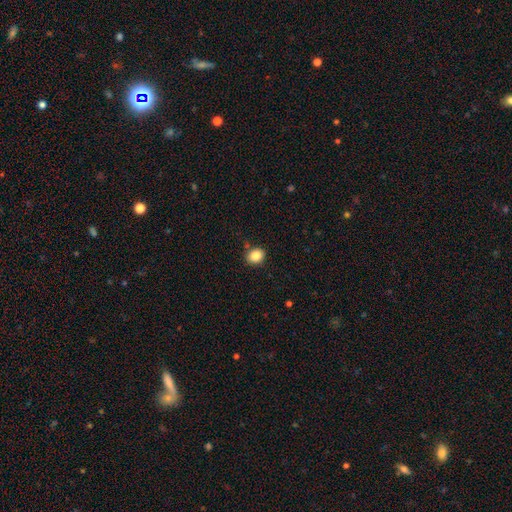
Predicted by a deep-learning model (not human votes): Smooth or featured?
  - smooth: 86% *
  - star or artifact: 9%
  - featured or disk: 5%
How rounded?
  - round: 56% *
  - in between: 43%
  - cigar-shaped: 1%
Merging?
  - none: 85% *
  - minor disturbance: 9%
  - merger: 3%
  - major disturbance: 2%